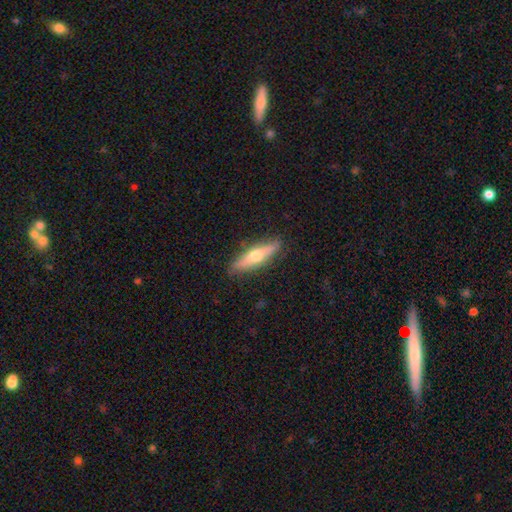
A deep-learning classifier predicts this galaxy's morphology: Smooth or featured?
  - featured or disk: 55% *
  - smooth: 40%
  - star or artifact: 6%
Edge-on disk?
  - yes: 91% *
  - no: 9%
Merging?
  - none: 87% *
  - minor disturbance: 10%
  - major disturbance: 2%
  - merger: 1%